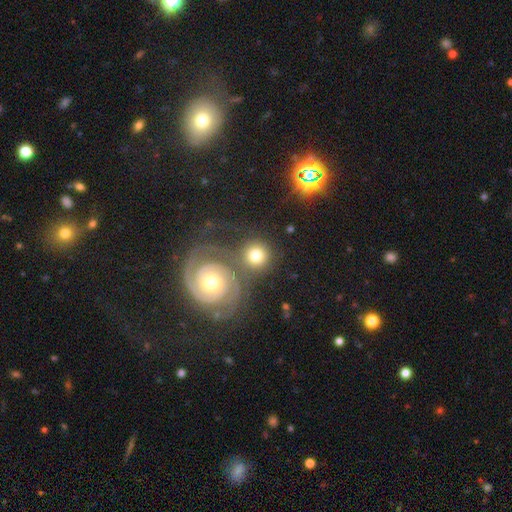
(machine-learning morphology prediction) A smooth galaxy with no disk features (56%) that is round (88%). Merging: none (59%).